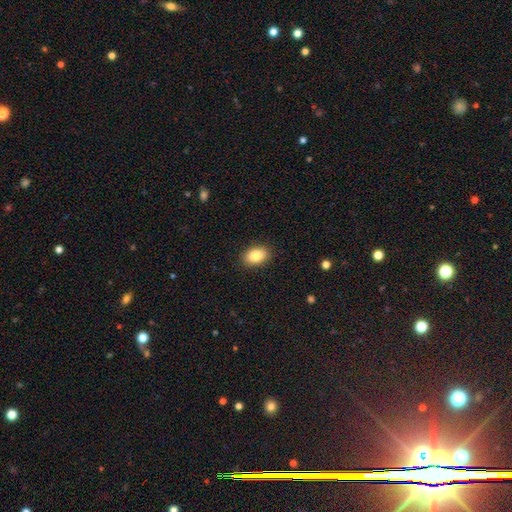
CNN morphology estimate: Smooth or featured?
  - smooth: 86% *
  - star or artifact: 8%
  - featured or disk: 6%
How rounded?
  - in between: 86% *
  - round: 12%
  - cigar-shaped: 1%
Merging?
  - none: 89% *
  - minor disturbance: 8%
  - major disturbance: 2%
  - merger: 1%